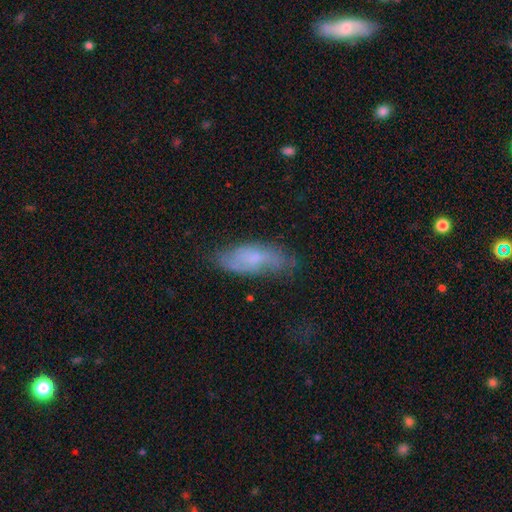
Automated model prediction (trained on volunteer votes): Smooth or featured?
  - smooth: 60% *
  - featured or disk: 33%
  - star or artifact: 7%
How rounded?
  - in between: 78% *
  - cigar-shaped: 19%
  - round: 3%
Merging?
  - none: 60% *
  - minor disturbance: 27%
  - major disturbance: 10%
  - merger: 2%